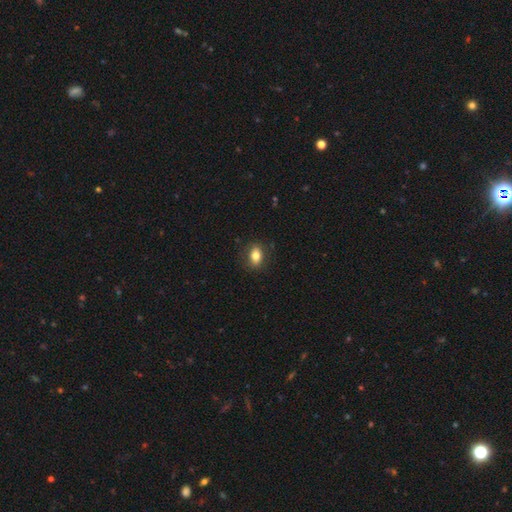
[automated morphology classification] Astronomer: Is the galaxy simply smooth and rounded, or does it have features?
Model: smooth — 80%.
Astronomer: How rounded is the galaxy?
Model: in between — 80%.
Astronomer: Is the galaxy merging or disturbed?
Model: none — 84%.